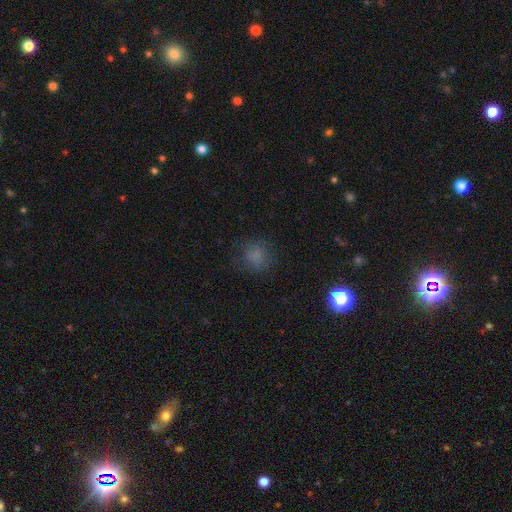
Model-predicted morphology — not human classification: Smooth or featured? Predicted: smooth (p=0.75). How rounded? Predicted: round (p=0.82). Merging? Predicted: none (p=0.74).